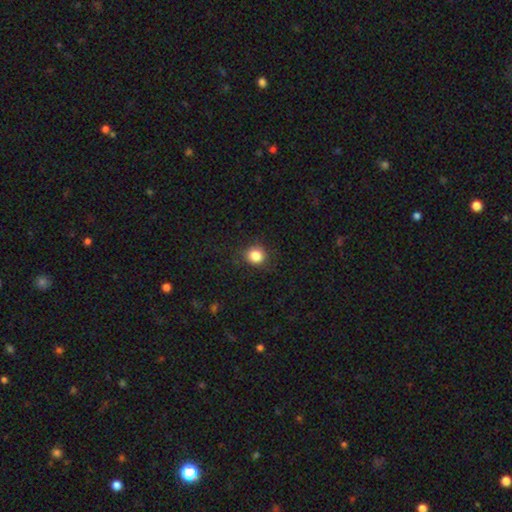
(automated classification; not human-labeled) This is clearly a smooth galaxy (84%). How rounded: clearly round (85%). Merging: clearly none (87%).